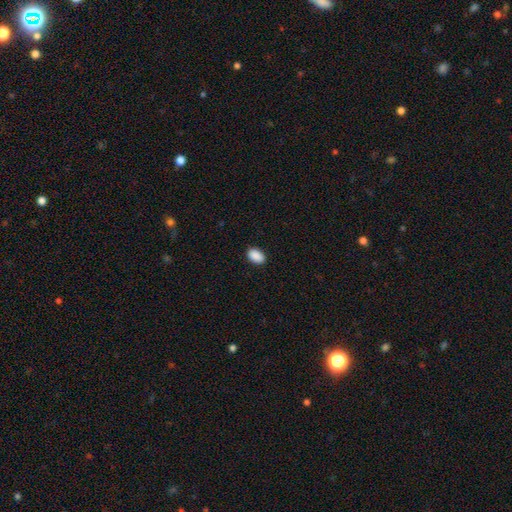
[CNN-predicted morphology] The model was most divided on "how rounded": in between: 88%, round: 10%, cigar-shaped: 1%. More confident: smooth or featured — smooth (91%); merging — none (89%).